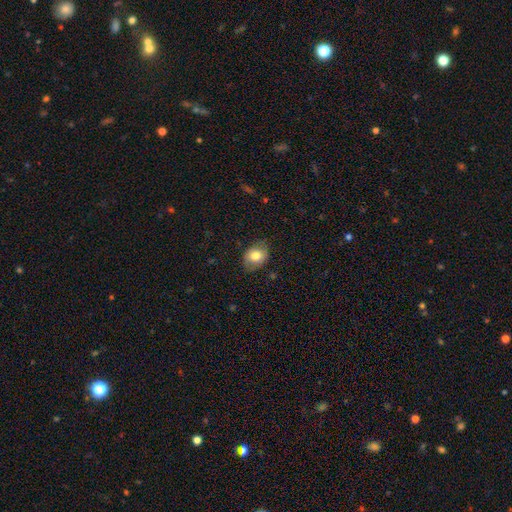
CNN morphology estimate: Smooth or featured: smooth — 76% (featured or disk — 17%)
How rounded: in between — 70% (round — 29%)
Merging: none — 77% (minor disturbance — 18%)